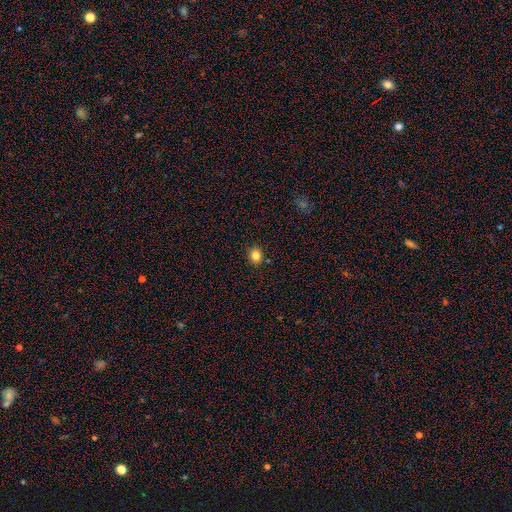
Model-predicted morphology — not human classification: type=smooth (82%); roundness=round (71%); merging=none (88%).